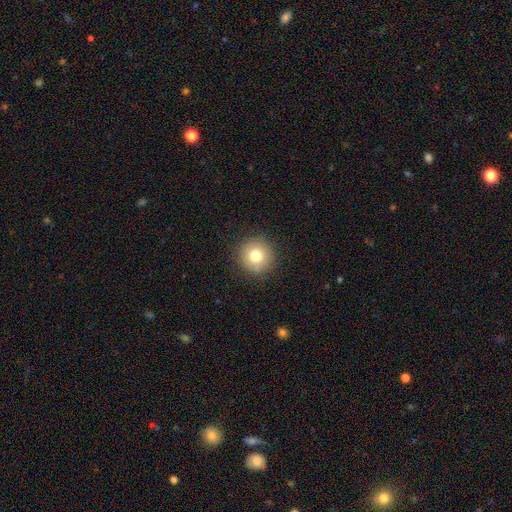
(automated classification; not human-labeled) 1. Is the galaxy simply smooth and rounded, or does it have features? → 77% smooth, 12% star or artifact, 11% featured or disk.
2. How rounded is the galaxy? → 95% round, 4% in between, 1% cigar-shaped.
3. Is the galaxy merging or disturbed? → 88% none, 8% minor disturbance, 2% major disturbance, 1% merger.